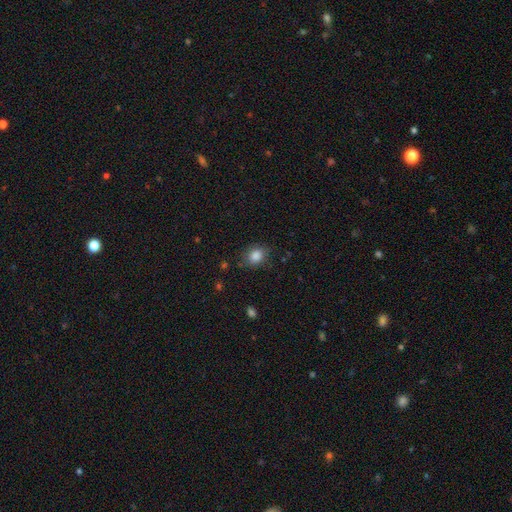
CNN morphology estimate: smooth_or_featured: smooth (p=0.85) [alt: star or artifact p=0.09]
how_rounded: round (p=0.51) [alt: in between p=0.48]
merging: none (p=0.80) [alt: minor disturbance p=0.15]